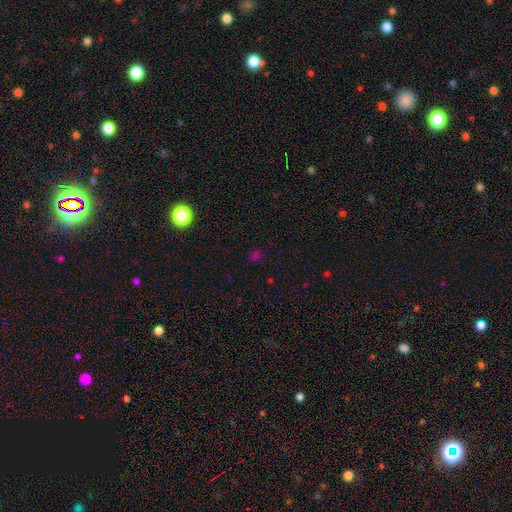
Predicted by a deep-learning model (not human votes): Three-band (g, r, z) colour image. It shows a smooth galaxy with no disk features (54%) that is round (71%). Merging: none (79%).